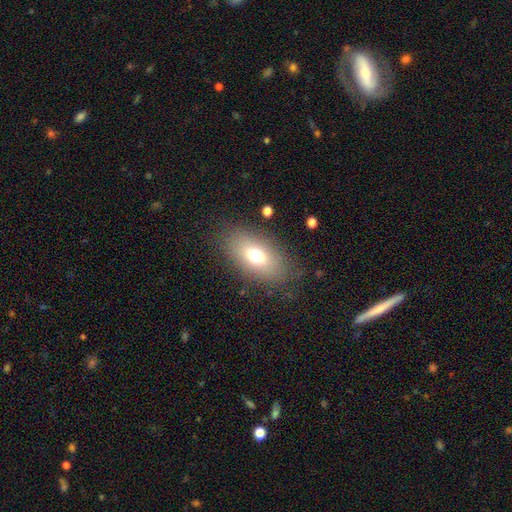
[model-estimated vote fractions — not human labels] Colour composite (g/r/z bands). It shows a smooth galaxy with no disk features (69%) that is in between round and cigar-shaped (87%). Merging: none (81%).